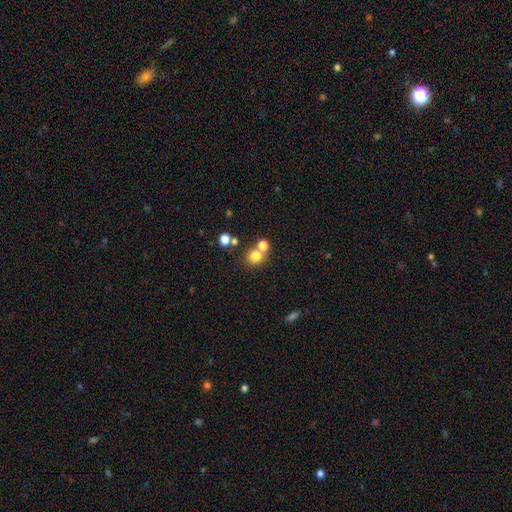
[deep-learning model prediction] A smooth galaxy with no disk features (77%) that is round (85%).

Vote fractions:
- Smooth or featured? smooth: 77% / star or artifact: 14% / featured or disk: 9%
- How rounded? round: 85% / in between: 14% / cigar-shaped: 1%
- Merging? none: 57% / merger: 33% / minor disturbance: 7% / major disturbance: 3%